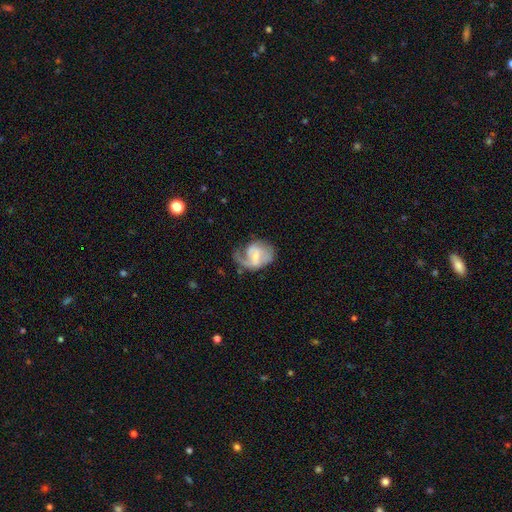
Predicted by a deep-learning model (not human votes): Smooth or featured?
  - featured or disk: 70% *
  - smooth: 24%
  - star or artifact: 6%
Edge-on disk?
  - no: 97% *
  - yes: 3%
Bar?
  - weak: 51% *
  - no: 33%
  - strong: 16%
Spiral arms?
  - yes: 85% *
  - no: 15%
Spiral winding?
  - medium: 42% *
  - loose: 33%
  - tight: 24%
Spiral arm count?
  - 1: 47% *
  - 2: 37%
  - can't tell: 12%
  - 3: 3%
  - 4: 1%
  - more than 4: 1%
Bulge size?
  - small: 52% *
  - moderate: 35%
  - none: 9%
  - large: 3%
  - dominant: 1%
Merging?
  - none: 38% *
  - major disturbance: 34%
  - minor disturbance: 26%
  - merger: 2%